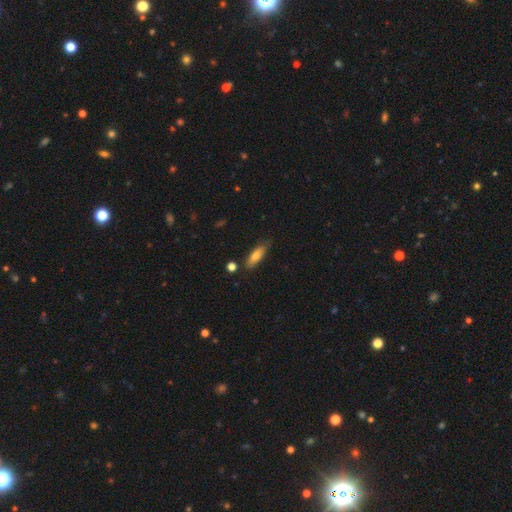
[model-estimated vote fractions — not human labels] Q: Smooth or featured?
A: smooth (72%); runner-up: featured or disk (21%)
Q: How rounded?
A: cigar-shaped (50%); runner-up: in between (48%)
Q: Merging?
A: none (79%); runner-up: minor disturbance (15%)